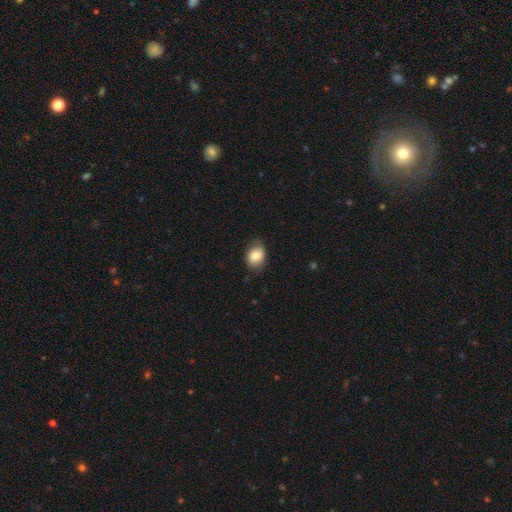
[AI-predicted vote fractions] smooth 83%, featured or disk 9%, star or artifact 8%. Down the decision tree: how rounded — in between (76%); merging — none (72%).